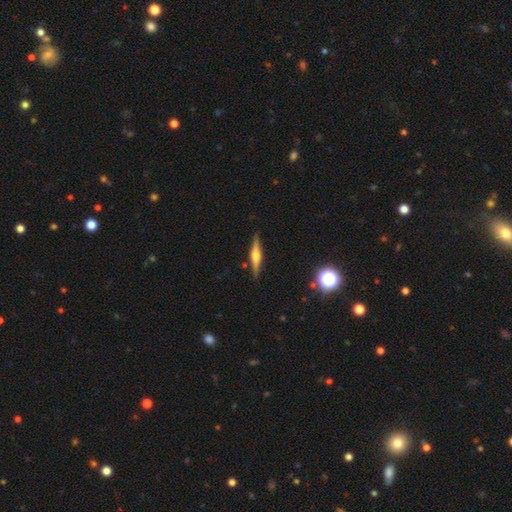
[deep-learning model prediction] smooth_or_featured: featured or disk (p=0.71) [alt: smooth p=0.22]
disk_edge_on: yes (p=0.98) [alt: no p=0.02]
edge_on_bulge: rounded (p=0.85) [alt: boxy p=0.11]
merging: none (p=0.89) [alt: minor disturbance p=0.08]